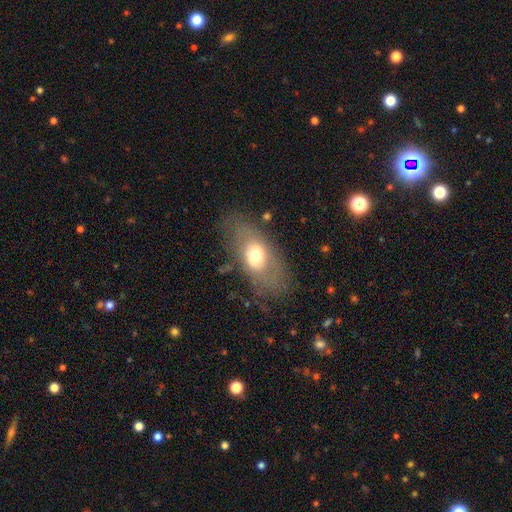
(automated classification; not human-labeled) Smooth or featured? smooth (52%)
How rounded? in between (83%)
Merging? none (66%)